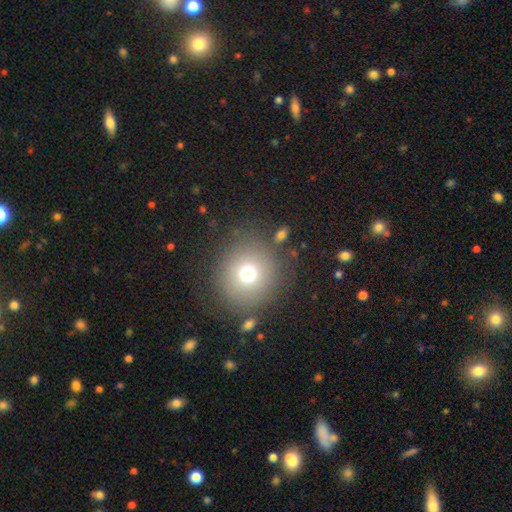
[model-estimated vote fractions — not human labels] This appears to be a smooth galaxy with no disk features (69%) that is round (92%). Merging: none (87%).